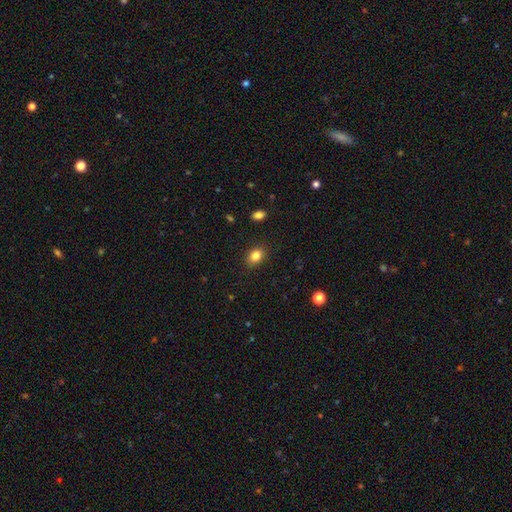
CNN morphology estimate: Smooth or featured: smooth — 84% (star or artifact — 10%)
How rounded: in between — 69% (round — 30%)
Merging: none — 88% (minor disturbance — 9%)